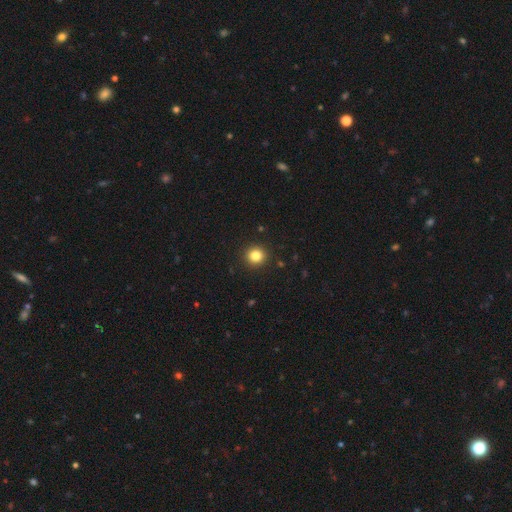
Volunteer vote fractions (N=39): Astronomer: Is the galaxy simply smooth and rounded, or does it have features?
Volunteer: smooth — 92%.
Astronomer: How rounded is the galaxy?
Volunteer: round — 97%.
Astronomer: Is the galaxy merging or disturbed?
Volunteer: none — 89%.